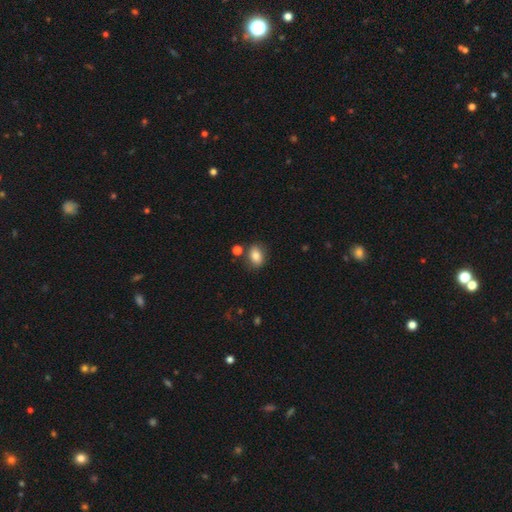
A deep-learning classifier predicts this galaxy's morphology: Smooth or featured: smooth — 82% (star or artifact — 9%)
How rounded: in between — 73% (round — 25%)
Merging: none — 76% (minor disturbance — 13%)